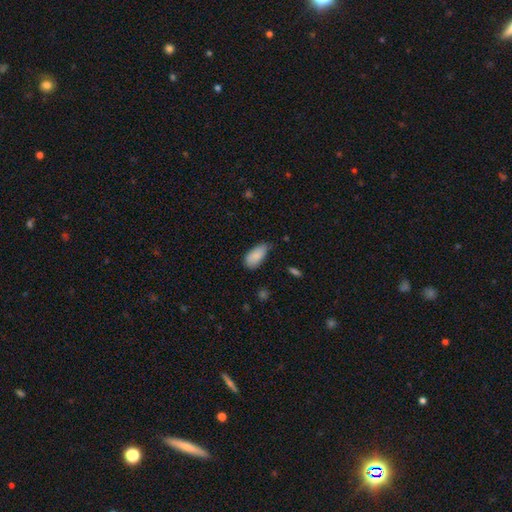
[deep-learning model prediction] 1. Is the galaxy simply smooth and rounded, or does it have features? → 87% smooth, 7% star or artifact, 6% featured or disk.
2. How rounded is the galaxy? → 92% in between, 5% cigar-shaped, 2% round.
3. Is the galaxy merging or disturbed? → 55% none, 37% minor disturbance, 6% major disturbance, 2% merger.